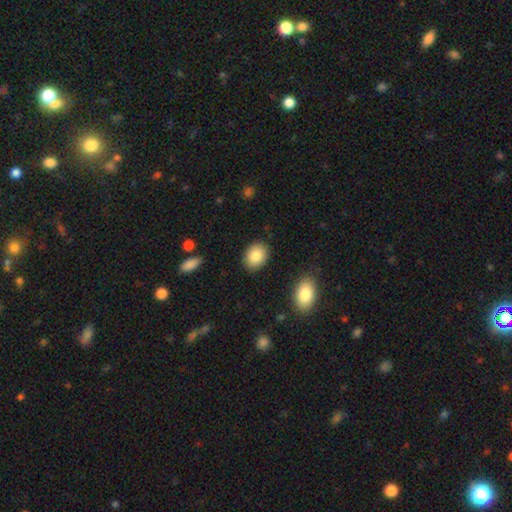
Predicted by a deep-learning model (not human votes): Q: Smooth or featured?
A: smooth (85%); runner-up: featured or disk (8%)
Q: How rounded?
A: in between (66%); runner-up: round (32%)
Q: Merging?
A: none (88%); runner-up: minor disturbance (9%)